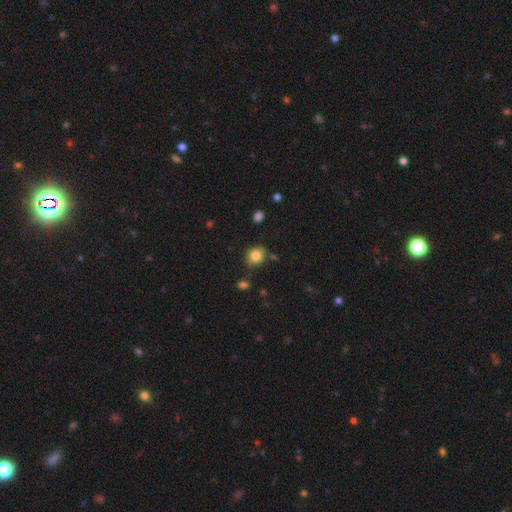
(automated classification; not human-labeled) Morphology: type=smooth (83%); roundness=round (69%); merging=none (75%).